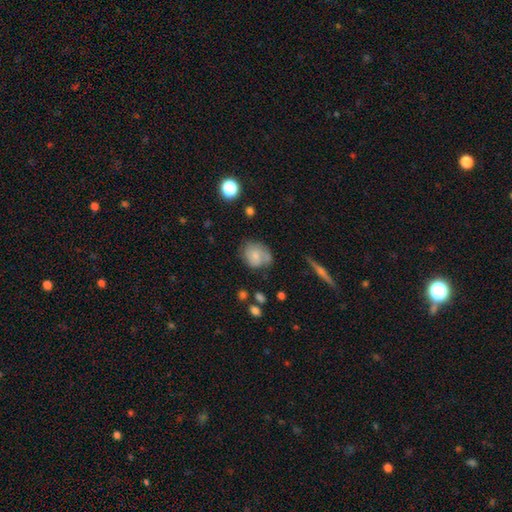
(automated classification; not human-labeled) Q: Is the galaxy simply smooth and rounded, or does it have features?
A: smooth — 58%.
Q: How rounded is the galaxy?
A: round — 63%.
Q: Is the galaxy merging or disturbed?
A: none — 54%.